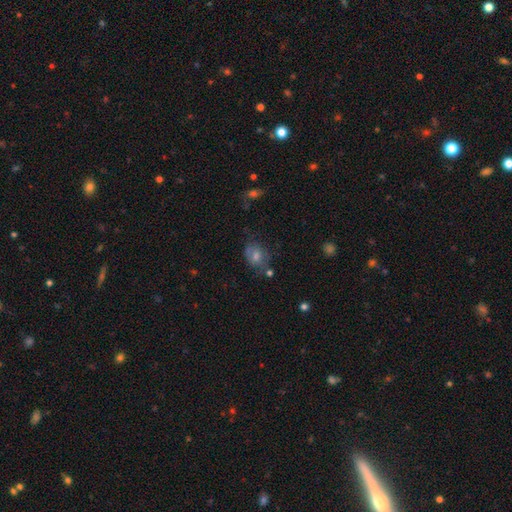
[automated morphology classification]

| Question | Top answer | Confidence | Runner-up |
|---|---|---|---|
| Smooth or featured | smooth | 50% | featured or disk (30%) |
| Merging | none | 63% | minor disturbance (22%) |